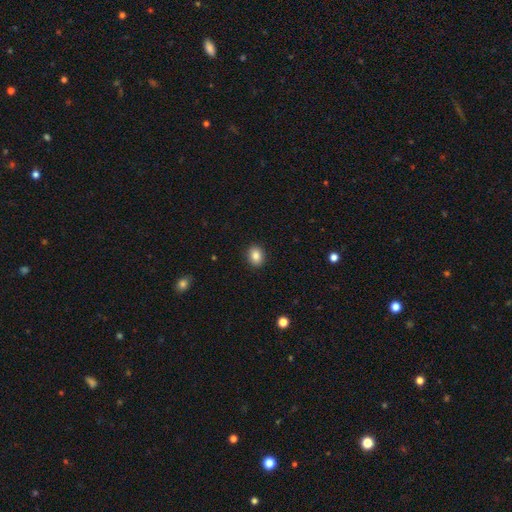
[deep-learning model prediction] Overall: smooth (85%). How rounded: round (51%; in between 48%). Merging: none (91%).